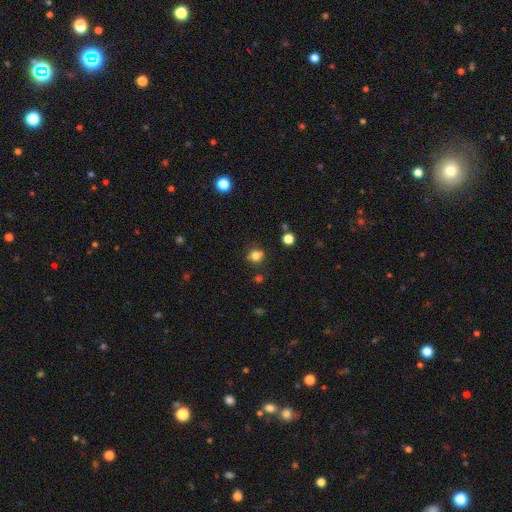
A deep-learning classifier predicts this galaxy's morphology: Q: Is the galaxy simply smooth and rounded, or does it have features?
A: smooth — 79%.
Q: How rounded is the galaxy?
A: round — 78%.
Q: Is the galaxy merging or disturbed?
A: none — 76%.